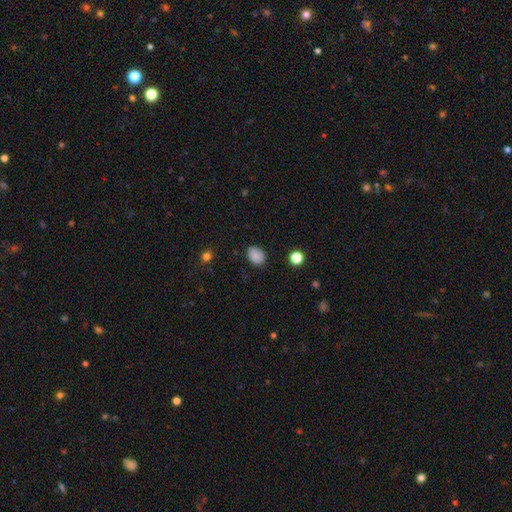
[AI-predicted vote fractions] Smooth or featured? smooth (86%)
How rounded? in between (72%)
Merging? none (84%)